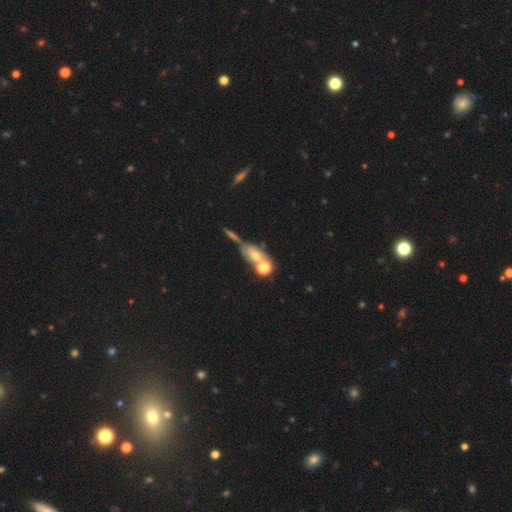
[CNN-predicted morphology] The model was most divided on "merging": merger: 41%, none: 39%, minor disturbance: 12%, major disturbance: 8%. More confident: how rounded — in between (56%); smooth or featured — smooth (54%).